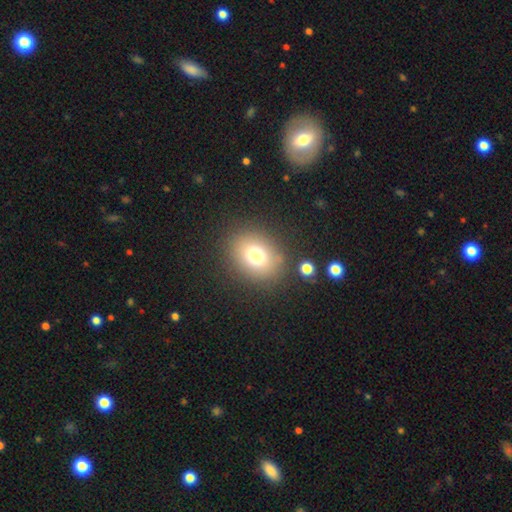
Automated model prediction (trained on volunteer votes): smooth 74%, star or artifact 15%, featured or disk 11%. Down the decision tree: how rounded — round (52%); merging — none (84%).